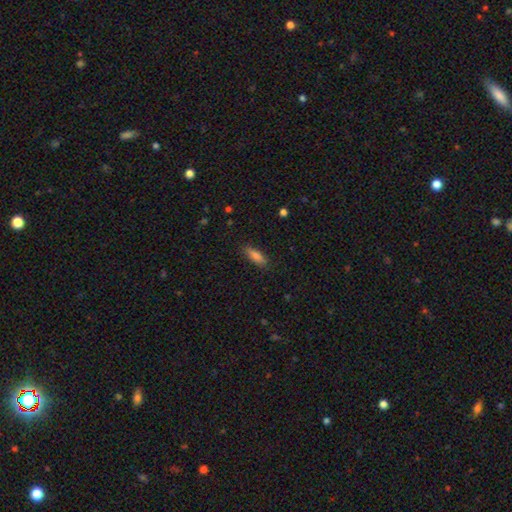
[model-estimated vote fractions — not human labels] The model was most divided on "how rounded": in between: 52%, cigar-shaped: 46%, round: 2%. More confident: merging — none (85%); smooth or featured — smooth (80%).